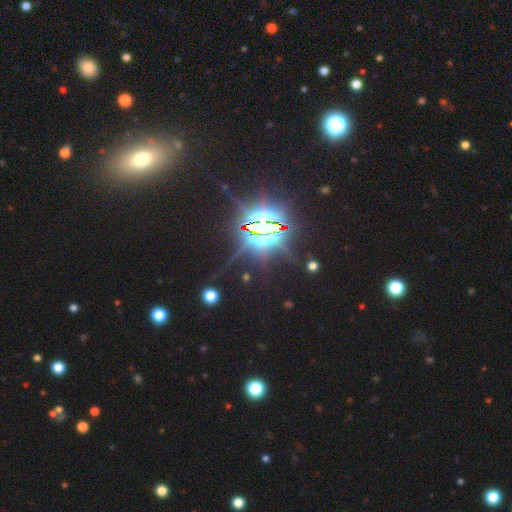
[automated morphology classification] The model was most divided on "smooth or featured": star or artifact: 83%, smooth: 8%, featured or disk: 8%.